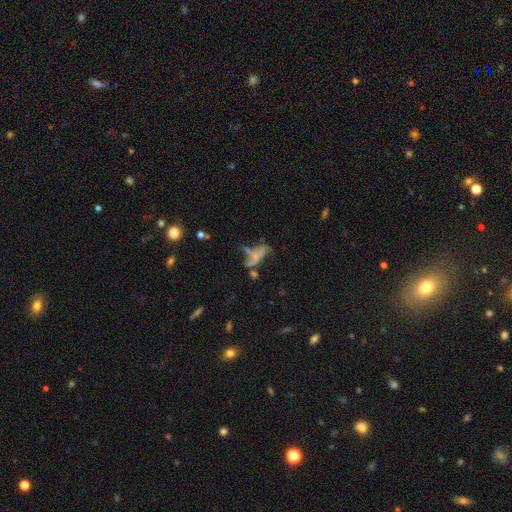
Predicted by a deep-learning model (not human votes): Smooth or featured: featured or disk — 46% (smooth — 35%)
Merging: major disturbance — 33% (merger — 28%)